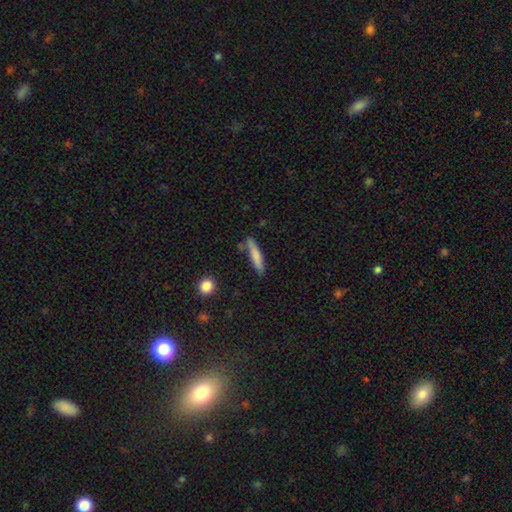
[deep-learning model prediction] smooth-or-featured: smooth: 76% | featured or disk: 17% | star or artifact: 6%
  how-rounded: cigar-shaped: 88% | in between: 10% | round: 2%
  merging: none: 76% | minor disturbance: 15% | merger: 5% | major disturbance: 3%